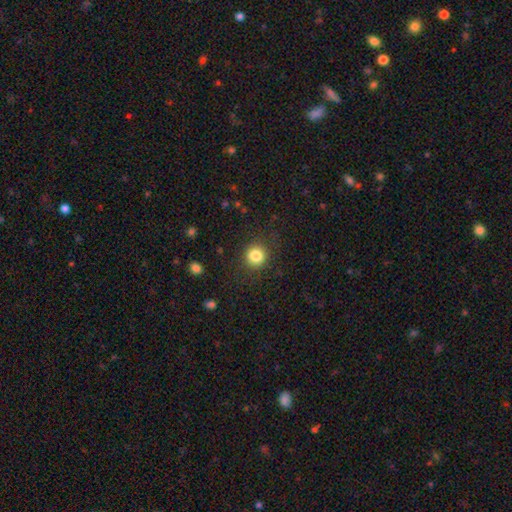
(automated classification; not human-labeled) Smooth or featured?
  - smooth: 84% *
  - star or artifact: 11%
  - featured or disk: 5%
How rounded?
  - round: 88% *
  - in between: 11%
  - cigar-shaped: 1%
Merging?
  - none: 87% *
  - minor disturbance: 8%
  - major disturbance: 3%
  - merger: 1%